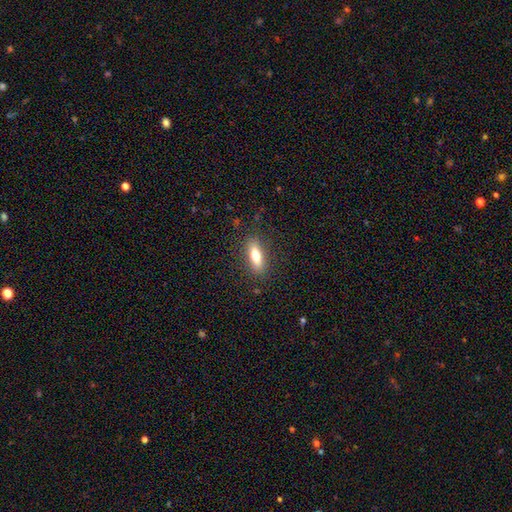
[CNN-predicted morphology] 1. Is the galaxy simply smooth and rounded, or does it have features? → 71% smooth, 22% featured or disk, 8% star or artifact.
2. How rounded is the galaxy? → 58% in between, 39% cigar-shaped, 3% round.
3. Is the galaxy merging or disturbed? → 86% none, 10% minor disturbance, 3% major disturbance, 1% merger.